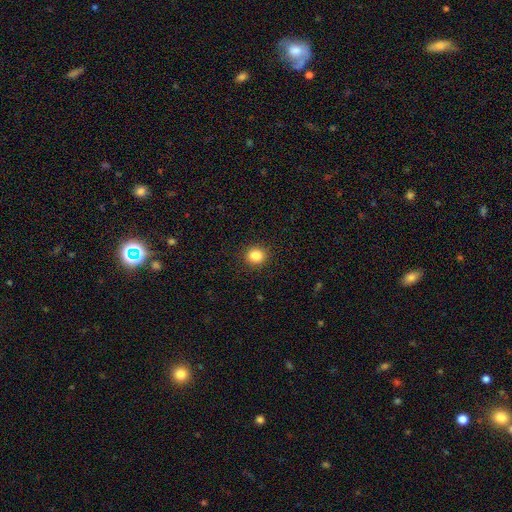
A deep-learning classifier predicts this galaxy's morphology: Smooth or featured: smooth — 85% (star or artifact — 11%)
How rounded: round — 85% (in between — 14%)
Merging: none — 91% (minor disturbance — 6%)